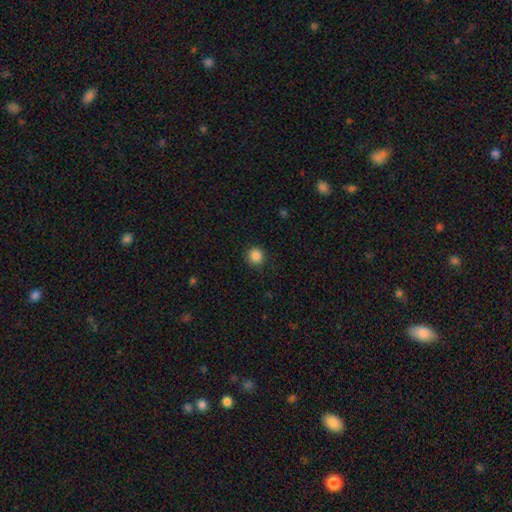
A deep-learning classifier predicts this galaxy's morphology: Smooth or featured: smooth — 86% (star or artifact — 11%)
How rounded: round — 93% (in between — 6%)
Merging: none — 88% (minor disturbance — 8%)